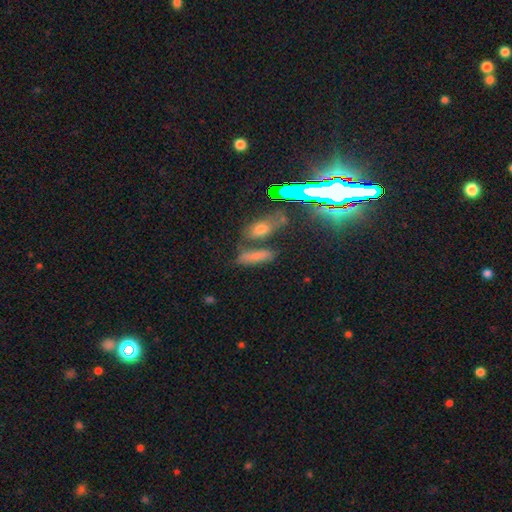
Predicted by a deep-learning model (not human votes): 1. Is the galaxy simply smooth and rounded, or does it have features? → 47% smooth, 30% star or artifact, 22% featured or disk.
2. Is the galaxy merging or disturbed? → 66% none, 14% minor disturbance, 14% merger, 6% major disturbance.